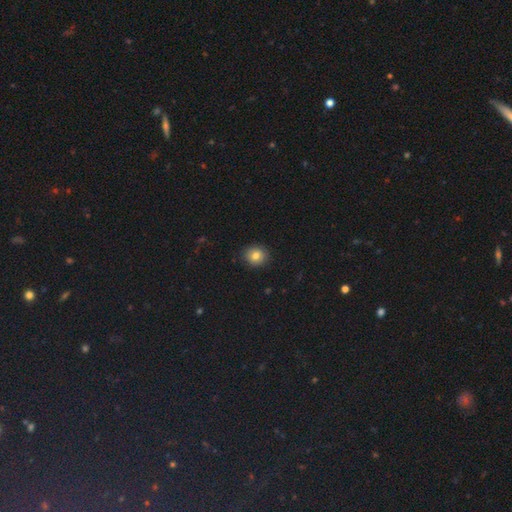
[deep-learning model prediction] Morphology: type=smooth (80%); roundness=round (79%); merging=none (88%).